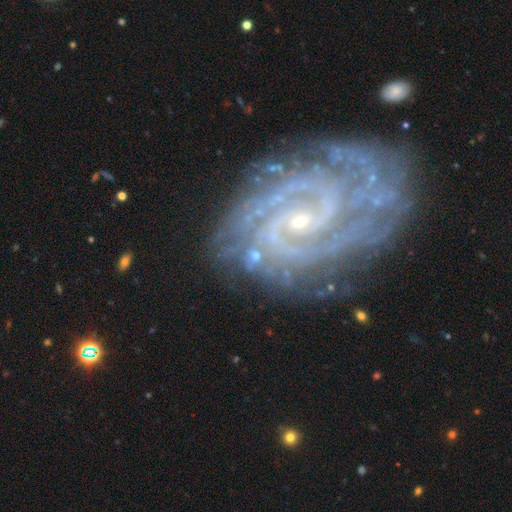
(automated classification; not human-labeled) Smooth or featured: featured or disk — 86% (star or artifact — 8%)
Edge-on disk: no — 97% (yes — 3%)
Bar: no — 50% (weak — 33%)
Spiral arms: yes — 96% (no — 4%)
Spiral winding: tight — 66% (medium — 28%)
Spiral arm count: 2 — 32% (can't tell — 21%)
Bulge size: small — 67% (moderate — 28%)
Merging: none — 70% (minor disturbance — 17%)